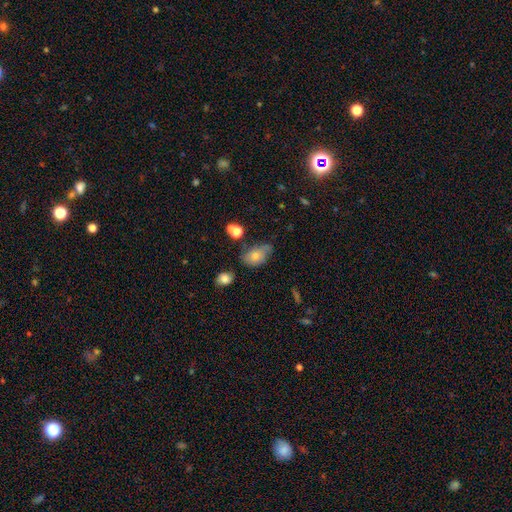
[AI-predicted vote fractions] Smooth or featured?
  - smooth: 69% *
  - featured or disk: 20%
  - star or artifact: 11%
How rounded?
  - in between: 84% *
  - round: 15%
  - cigar-shaped: 2%
Merging?
  - none: 44% *
  - minor disturbance: 38%
  - major disturbance: 12%
  - merger: 6%